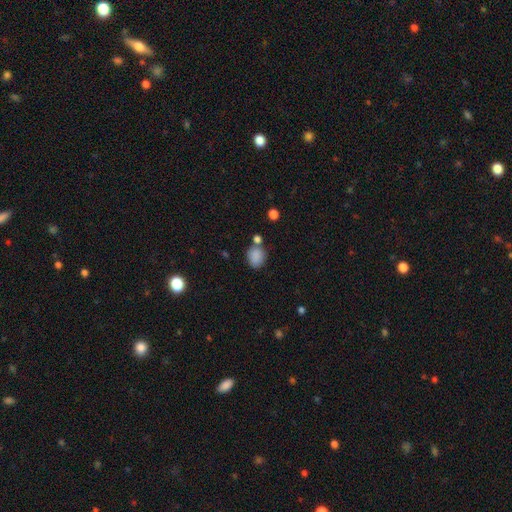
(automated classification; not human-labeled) Smooth or featured: smooth — 86% (star or artifact — 10%)
How rounded: round — 64% (in between — 35%)
Merging: none — 66% (merger — 15%)